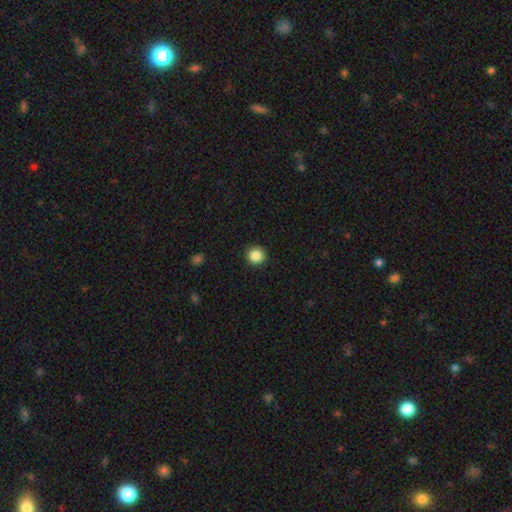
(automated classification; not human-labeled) A smooth galaxy with no disk features (87%) that is round (95%).

Vote fractions:
- Smooth or featured? smooth: 87% / star or artifact: 9% / featured or disk: 4%
- How rounded? round: 95% / in between: 4% / cigar-shaped: 1%
- Merging? none: 93% / minor disturbance: 5% / major disturbance: 2% / merger: 1%